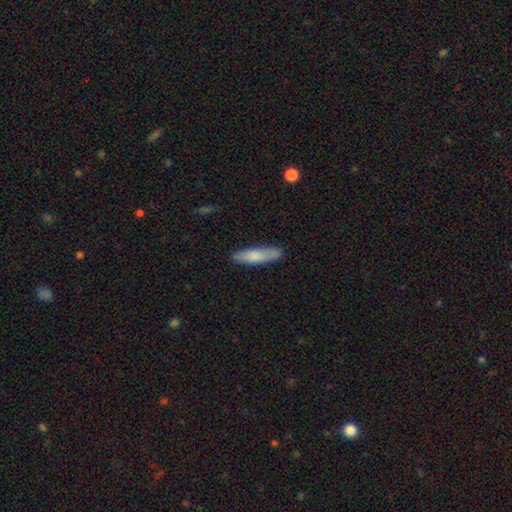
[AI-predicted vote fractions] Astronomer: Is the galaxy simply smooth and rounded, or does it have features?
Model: smooth — 77%.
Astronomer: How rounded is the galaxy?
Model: cigar-shaped — 77%.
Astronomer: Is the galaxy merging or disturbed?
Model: none — 86%.